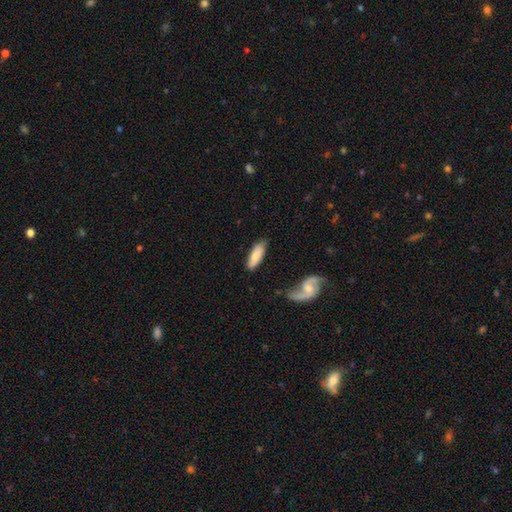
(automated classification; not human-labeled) This is likely a smooth galaxy (76%). How rounded: possibly in between (58%). Merging: likely none (75%).